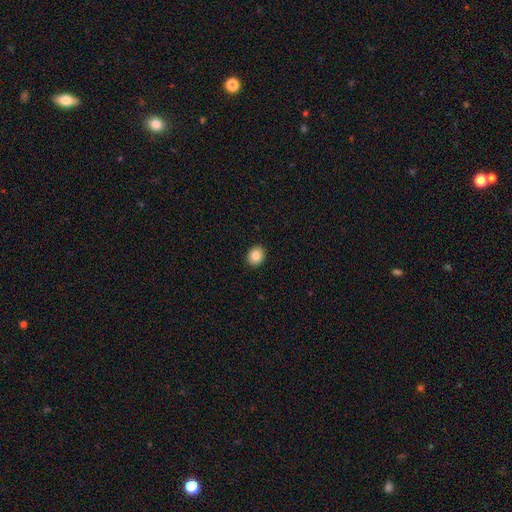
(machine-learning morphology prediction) This is clearly a smooth galaxy (84%). How rounded: likely round (63%). Merging: clearly none (92%).